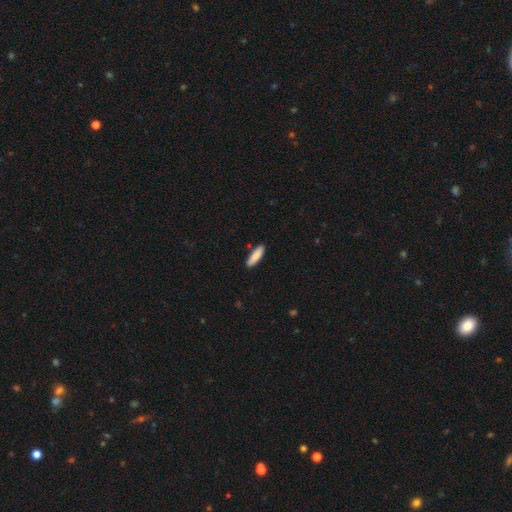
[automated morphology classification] A smooth galaxy with no disk features (87%) that is cigar-shaped (66%).

Vote fractions:
- Smooth or featured? smooth: 87% / featured or disk: 7% / star or artifact: 6%
- How rounded? cigar-shaped: 66% / in between: 33% / round: 1%
- Merging? none: 86% / minor disturbance: 10% / merger: 2% / major disturbance: 2%